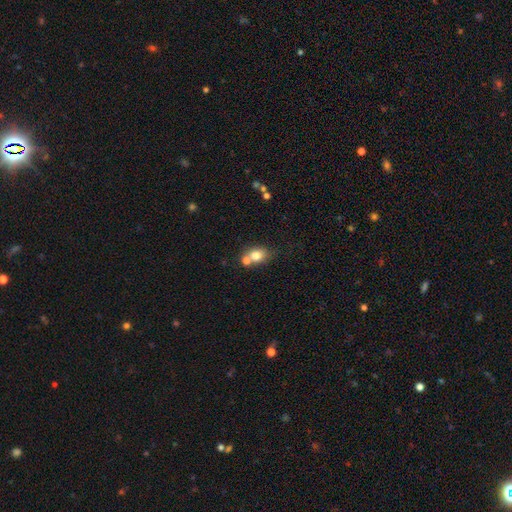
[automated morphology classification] This is likely a smooth galaxy (76%). How rounded: possibly in between (53%). Merging: possibly none (46%).